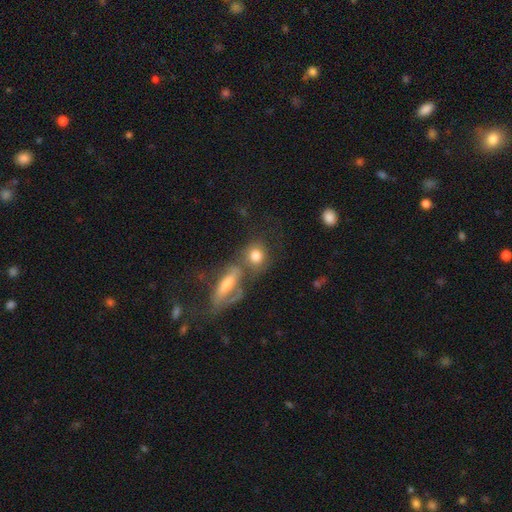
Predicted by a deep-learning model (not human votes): The model was most divided on "merging" (2-way tie): merger: 40%, none: 40%, minor disturbance: 12%, major disturbance: 8%. More confident: smooth or featured — smooth (70%); how rounded — round (62%).